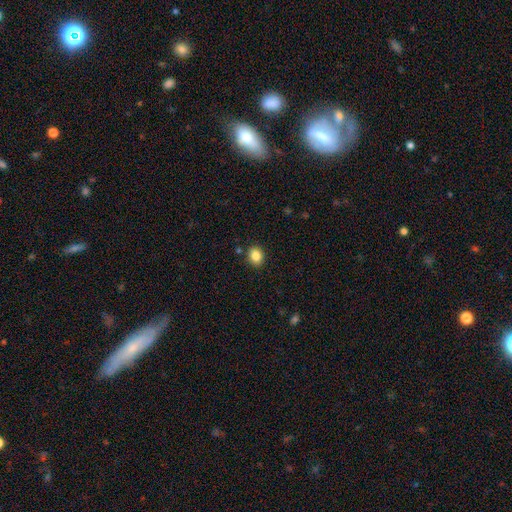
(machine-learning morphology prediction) Q: Smooth or featured?
A: smooth (85%); runner-up: star or artifact (10%)
Q: How rounded?
A: round (58%); runner-up: in between (41%)
Q: Merging?
A: none (88%); runner-up: minor disturbance (8%)